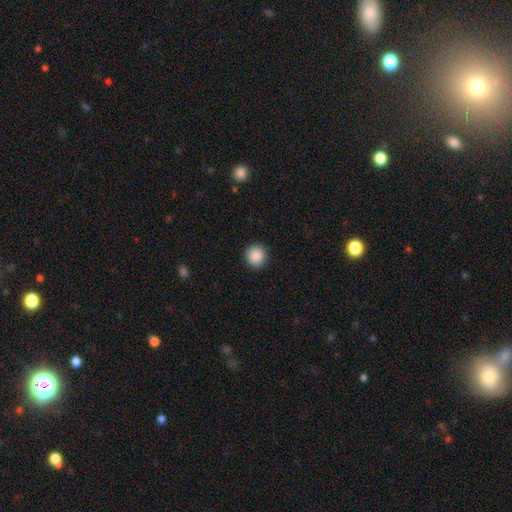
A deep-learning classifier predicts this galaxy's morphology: A smooth galaxy with no disk features (89%) that is round (91%). Merging: none (91%).